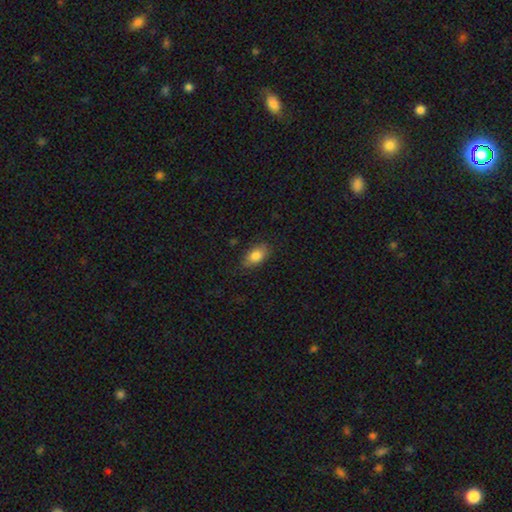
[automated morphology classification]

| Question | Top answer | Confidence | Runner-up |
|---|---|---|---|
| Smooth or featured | smooth | 82% | featured or disk (10%) |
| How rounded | in between | 89% | round (8%) |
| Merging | none | 79% | minor disturbance (16%) |